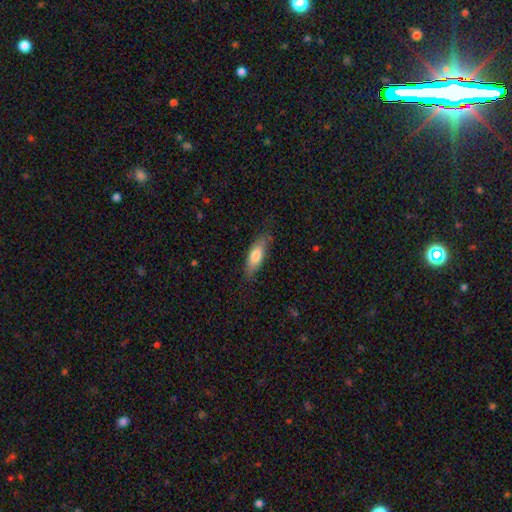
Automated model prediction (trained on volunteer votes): This is likely a smooth galaxy (75%). How rounded: likely in between (63%). Merging: likely none (73%).